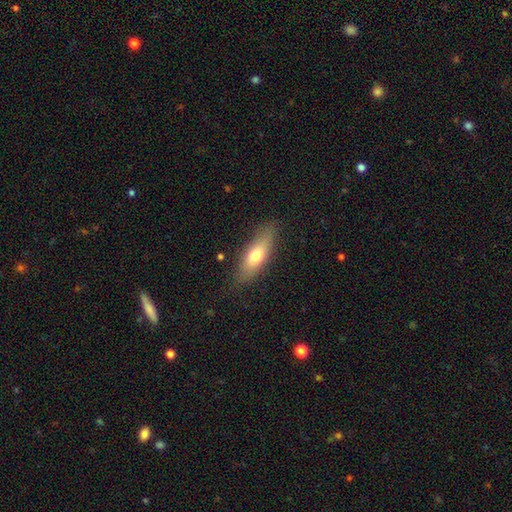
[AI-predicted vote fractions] smooth 65%, featured or disk 29%, star or artifact 7%. Down the decision tree: how rounded — in between (54%); merging — none (82%).